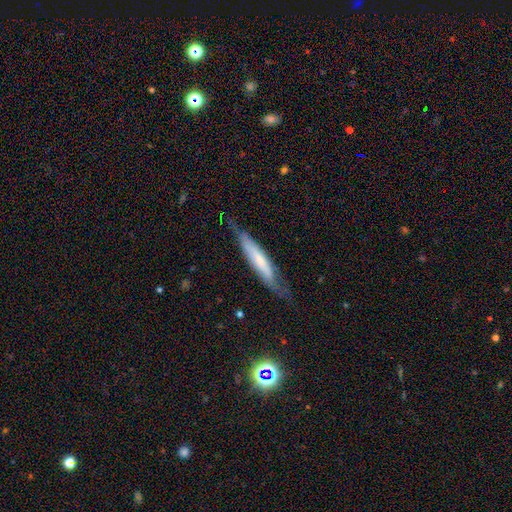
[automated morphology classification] Overall: featured or disk (54%; smooth 36%). Edge-on disk: yes (76%). Merging: none (72%).